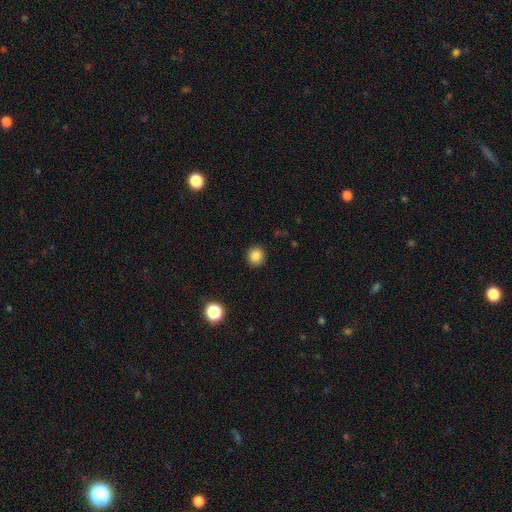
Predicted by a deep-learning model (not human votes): A smooth galaxy with no disk features (85%) that is round (90%). Merging: none (91%).